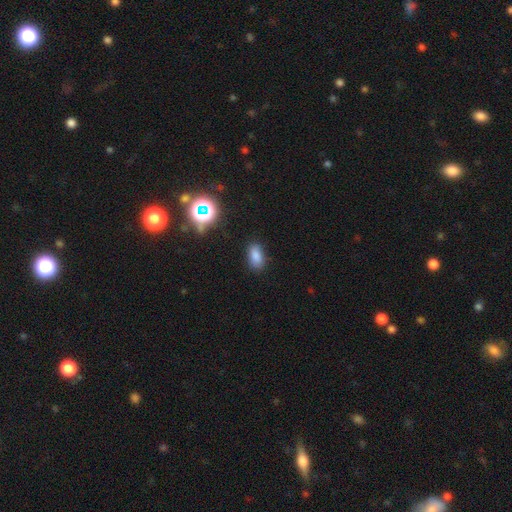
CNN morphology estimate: smooth 81%, star or artifact 14%, featured or disk 6%. Down the decision tree: how rounded — in between (90%); merging — none (83%).